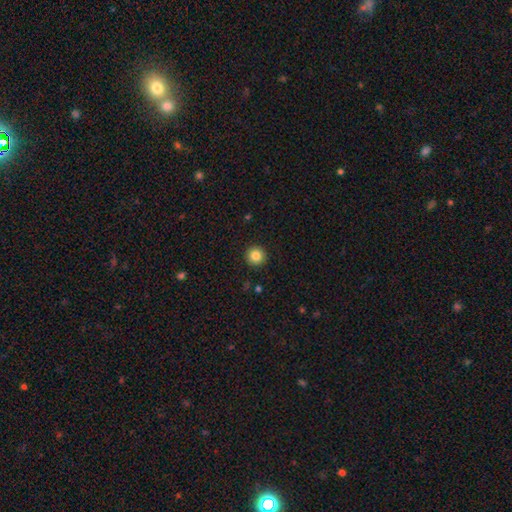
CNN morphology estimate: Smooth or featured: smooth — 84% (star or artifact — 10%)
How rounded: round — 96% (in between — 3%)
Merging: none — 93% (minor disturbance — 4%)